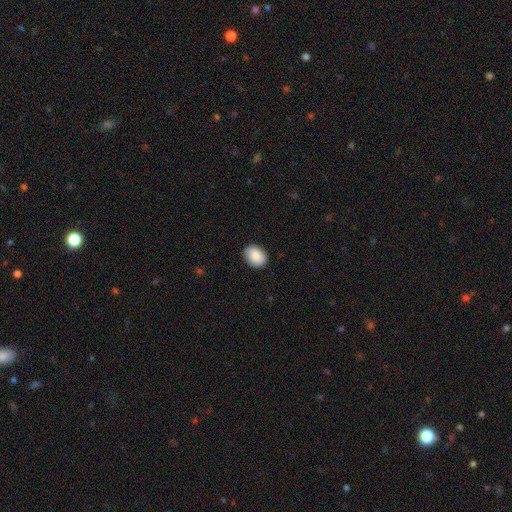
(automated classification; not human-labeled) This is clearly a smooth galaxy (88%). How rounded: likely in between (65%). Merging: clearly none (87%).